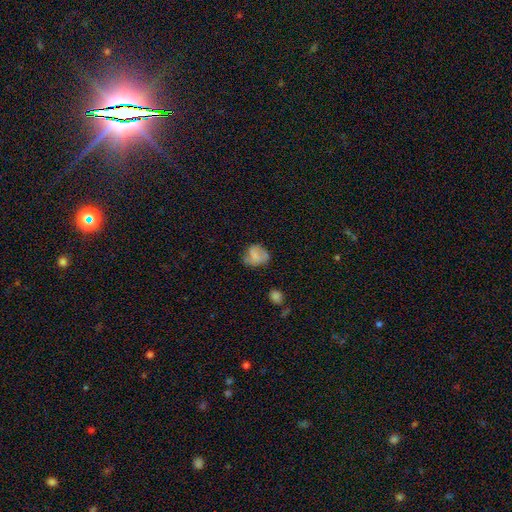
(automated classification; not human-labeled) A smooth galaxy with no disk features (68%) that is round (59%). Merging: none (51%).